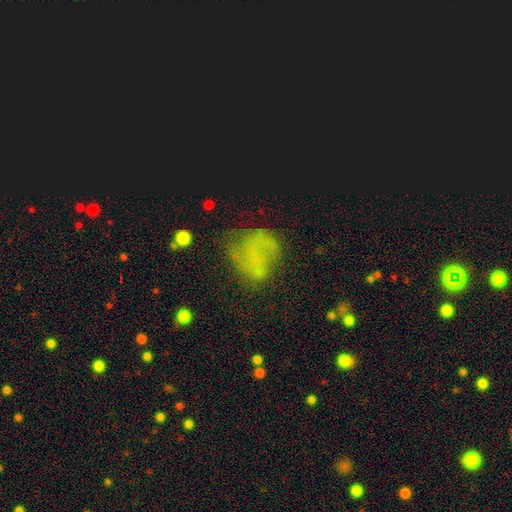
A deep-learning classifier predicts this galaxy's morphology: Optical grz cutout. It shows a smooth galaxy with no disk features (41%). Merging: none (53%).